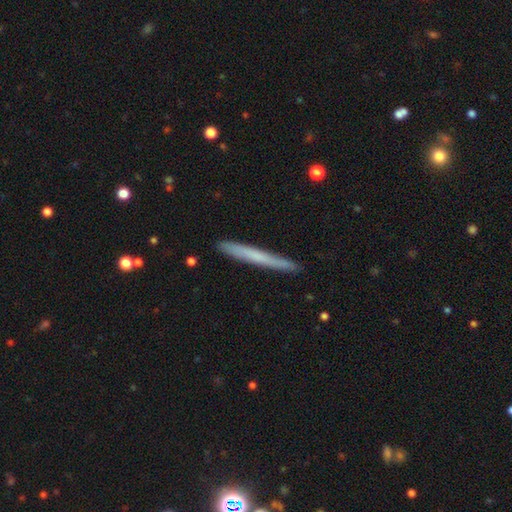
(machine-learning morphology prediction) Overall: smooth (53%; featured or disk 40%). How rounded: cigar-shaped (97%). Merging: none (90%).